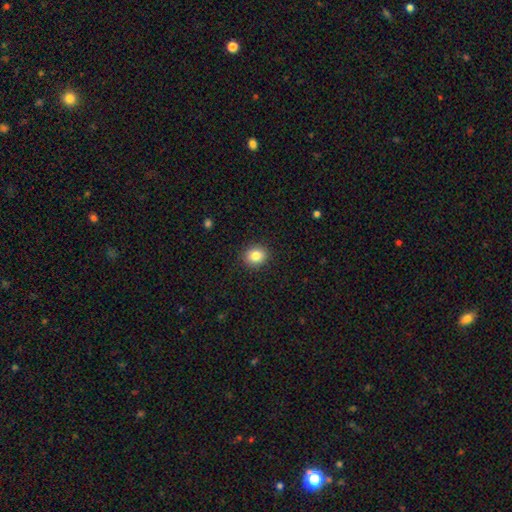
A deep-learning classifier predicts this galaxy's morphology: Smooth or featured: smooth — 84% (star or artifact — 10%)
How rounded: round — 74% (in between — 25%)
Merging: none — 91% (minor disturbance — 6%)